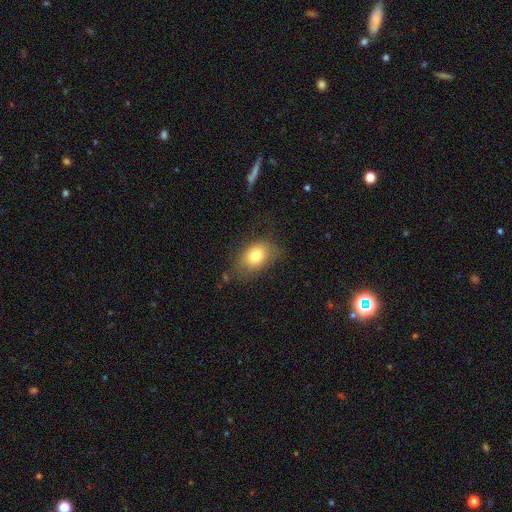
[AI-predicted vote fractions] Smooth or featured? smooth (78%)
How rounded? in between (75%)
Merging? none (67%)